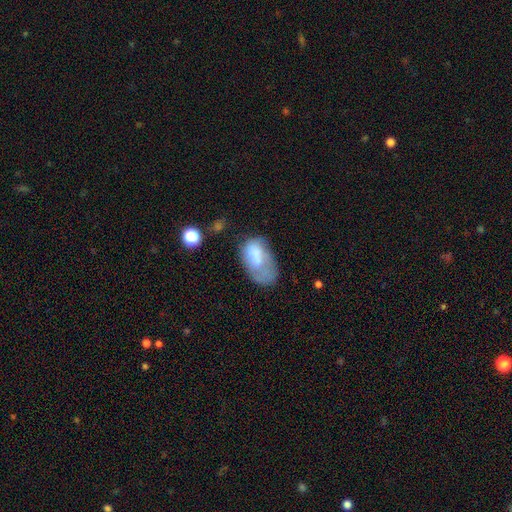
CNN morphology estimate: Q: Smooth or featured?
A: smooth (65%); runner-up: featured or disk (26%)
Q: How rounded?
A: in between (92%); runner-up: round (7%)
Q: Merging?
A: none (30%); tied with: major disturbance (30%)